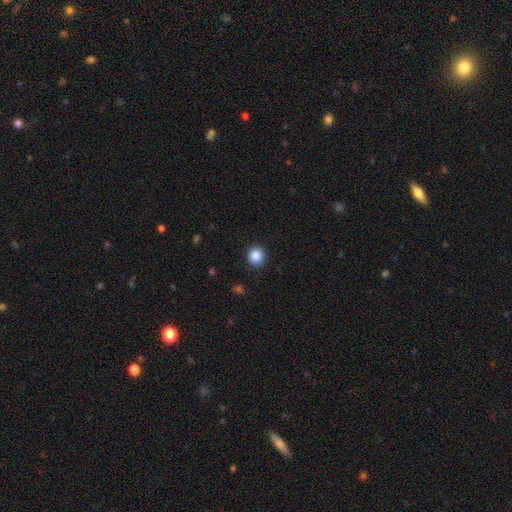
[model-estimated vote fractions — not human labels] A smooth galaxy with no disk features (87%) that is round (89%).

Vote fractions:
- Smooth or featured? smooth: 87% / star or artifact: 10% / featured or disk: 3%
- How rounded? round: 89% / in between: 10% / cigar-shaped: 1%
- Merging? none: 90% / minor disturbance: 7% / major disturbance: 2% / merger: 1%